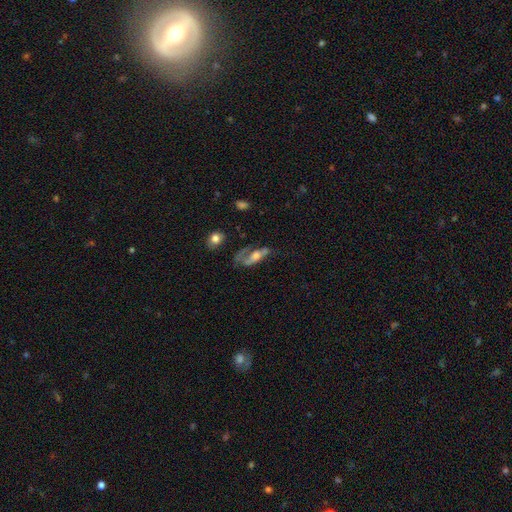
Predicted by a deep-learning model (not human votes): smooth_or_featured: featured or disk (p=0.53) [alt: smooth p=0.37]
disk_edge_on: no (p=0.83) [alt: yes p=0.17]
merging: major disturbance (p=0.45) [alt: none p=0.26]